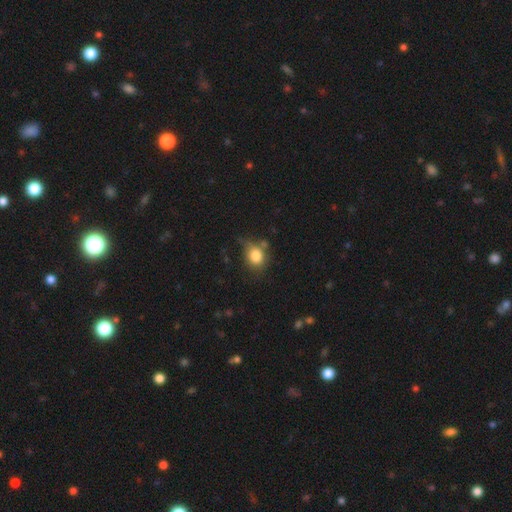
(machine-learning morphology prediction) Q: Smooth or featured?
A: smooth (81%); runner-up: star or artifact (10%)
Q: How rounded?
A: round (62%); runner-up: in between (37%)
Q: Merging?
A: none (59%); runner-up: minor disturbance (26%)